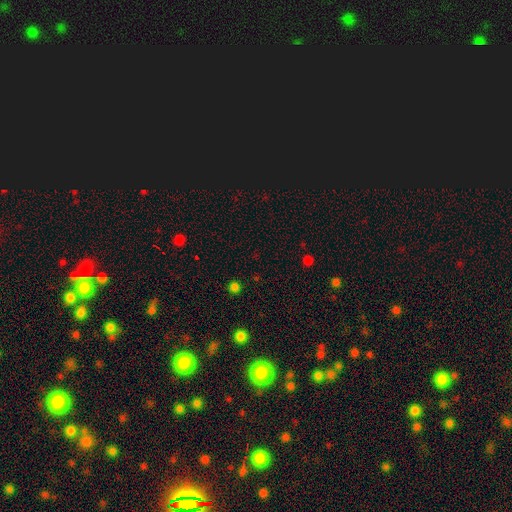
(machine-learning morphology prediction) star or artifact 56%, smooth 37%, featured or disk 6%.